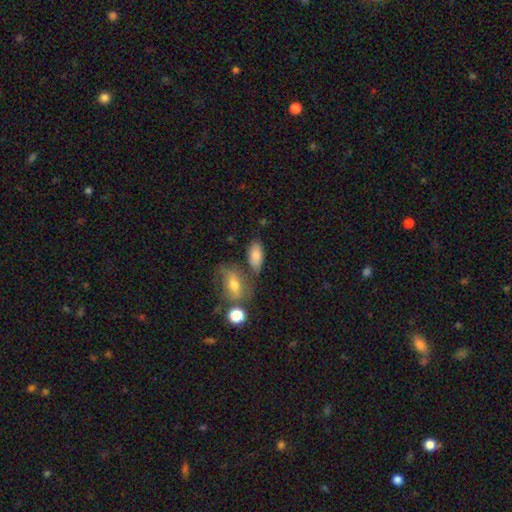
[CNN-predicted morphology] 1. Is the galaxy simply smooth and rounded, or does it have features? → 80% smooth, 11% featured or disk, 9% star or artifact.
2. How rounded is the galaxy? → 89% in between, 6% cigar-shaped, 5% round.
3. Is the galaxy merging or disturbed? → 63% none, 17% minor disturbance, 14% merger, 6% major disturbance.